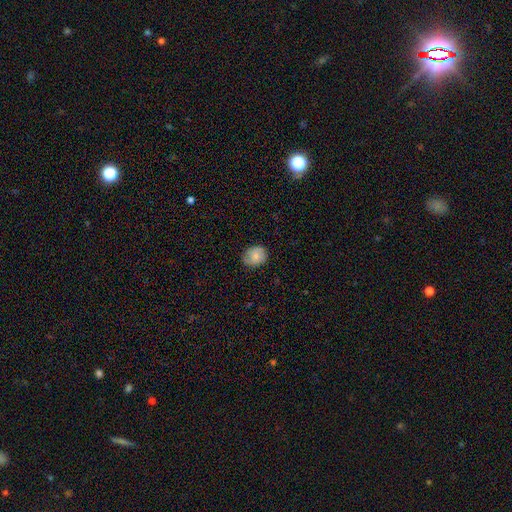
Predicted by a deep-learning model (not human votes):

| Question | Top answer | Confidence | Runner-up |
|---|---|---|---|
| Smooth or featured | smooth | 71% | featured or disk (21%) |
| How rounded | round | 65% | in between (34%) |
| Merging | none | 75% | minor disturbance (20%) |